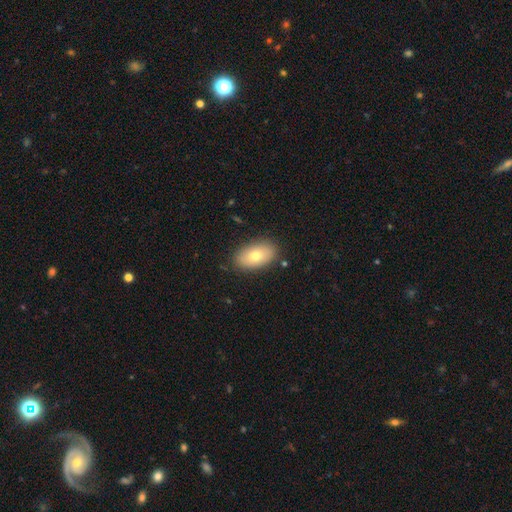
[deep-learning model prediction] Smooth or featured? smooth (73%)
How rounded? in between (92%)
Merging? none (86%)